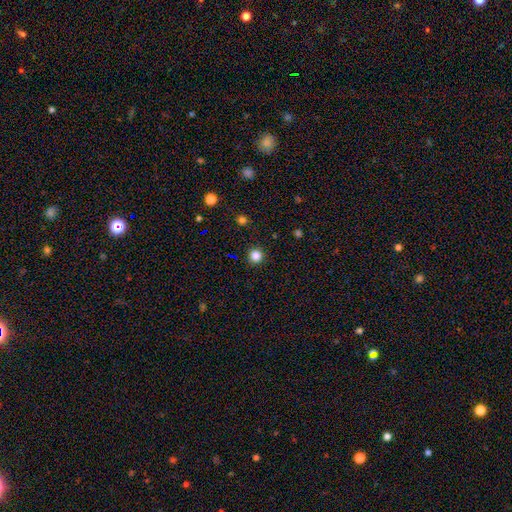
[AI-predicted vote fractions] This appears to be a smooth galaxy with no disk features (83%) that is round (95%). Merging: none (92%).